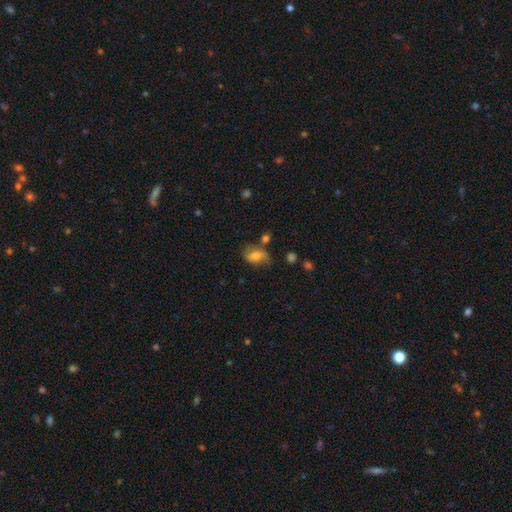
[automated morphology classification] This appears to be a smooth galaxy with no disk features (61%) that is in between round and cigar-shaped (81%). Merging: none (61%).